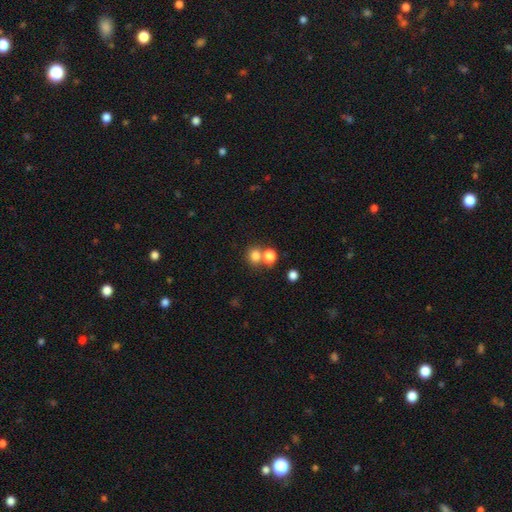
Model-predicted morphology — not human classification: Smooth or featured?
  - smooth: 78% *
  - star or artifact: 14%
  - featured or disk: 7%
How rounded?
  - round: 75% *
  - in between: 24%
  - cigar-shaped: 1%
Merging?
  - none: 52% *
  - merger: 36%
  - minor disturbance: 8%
  - major disturbance: 4%